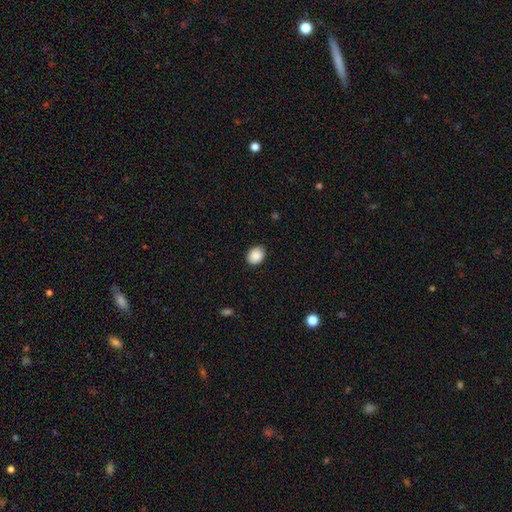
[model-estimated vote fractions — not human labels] Smooth or featured? Predicted: smooth (p=0.89). How rounded? Predicted: in between (p=0.54). Merging? Predicted: none (p=0.86).